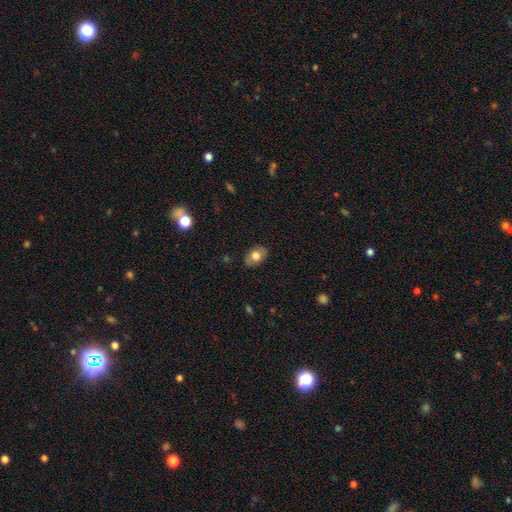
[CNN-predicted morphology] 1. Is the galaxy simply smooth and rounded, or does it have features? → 75% smooth, 18% featured or disk, 8% star or artifact.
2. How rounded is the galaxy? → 84% in between, 15% round, 1% cigar-shaped.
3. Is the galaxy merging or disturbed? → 84% none, 12% minor disturbance, 3% major disturbance, 1% merger.